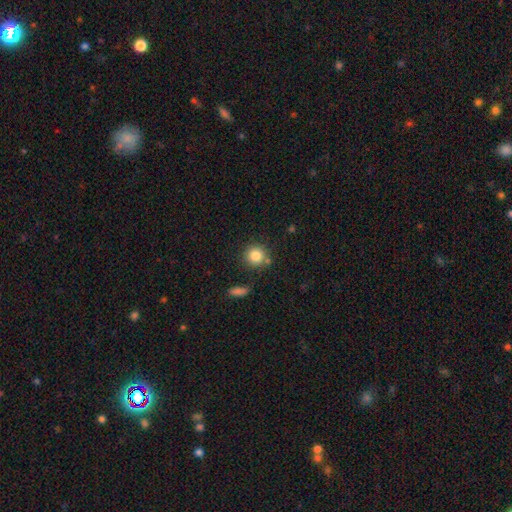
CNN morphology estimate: A smooth galaxy with no disk features (83%) that is round (90%). Merging: none (74%).